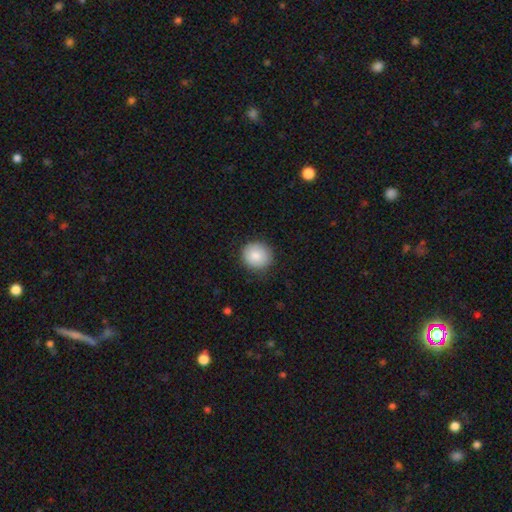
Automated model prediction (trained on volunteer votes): Smooth or featured: smooth — 85% (featured or disk — 8%)
How rounded: round — 88% (in between — 11%)
Merging: none — 86% (minor disturbance — 10%)